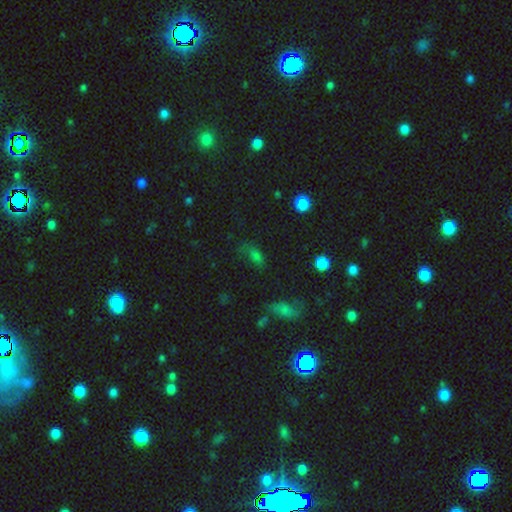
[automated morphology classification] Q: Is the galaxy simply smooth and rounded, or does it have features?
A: smooth — 60%.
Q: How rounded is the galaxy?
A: in between — 75%.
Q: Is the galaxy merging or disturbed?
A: none — 52%.